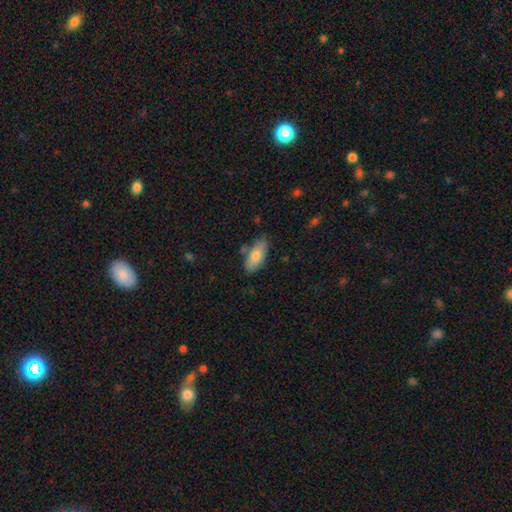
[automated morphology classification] type=smooth (76%); roundness=in between (85%); merging=none (73%).